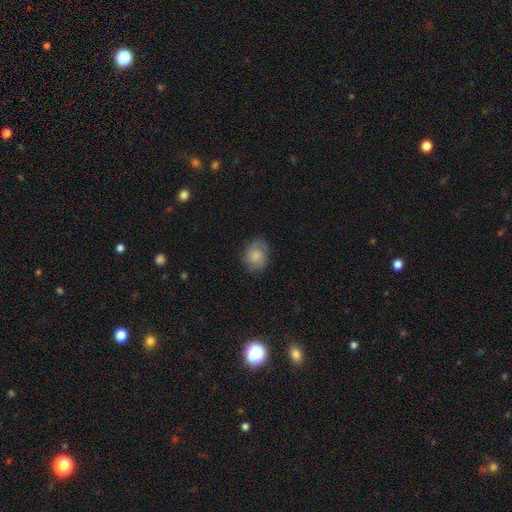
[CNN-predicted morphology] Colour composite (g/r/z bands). It shows a smooth galaxy with no disk features (62%) that is round (55%). Merging: none (76%).